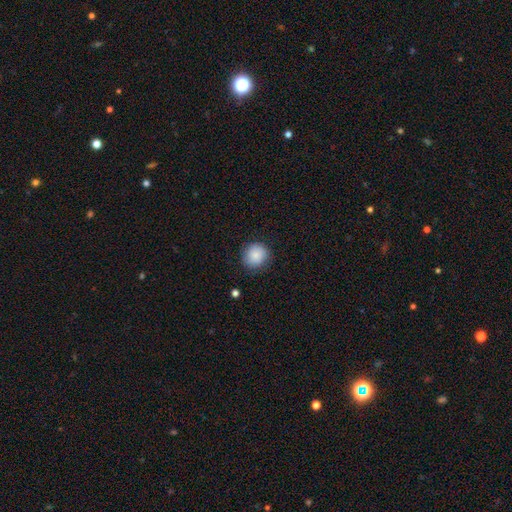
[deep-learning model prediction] Morphology: type=smooth (86%); roundness=round (87%); merging=none (83%).